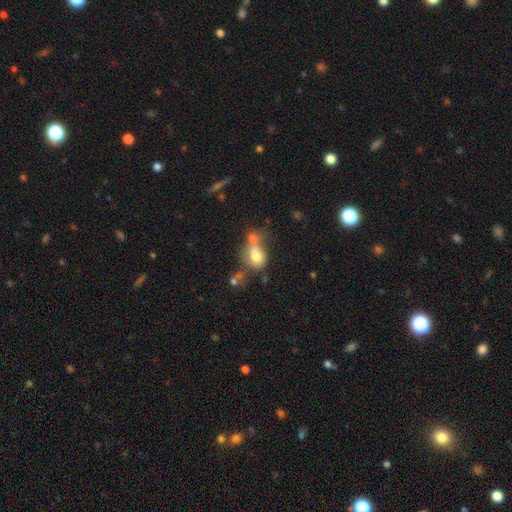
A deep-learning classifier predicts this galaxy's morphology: Q: Smooth or featured?
A: smooth (71%); runner-up: featured or disk (19%)
Q: How rounded?
A: in between (61%); runner-up: round (38%)
Q: Merging?
A: merger (47%); runner-up: none (23%)